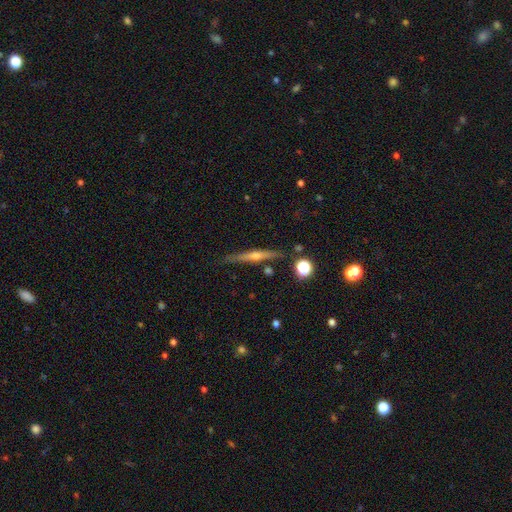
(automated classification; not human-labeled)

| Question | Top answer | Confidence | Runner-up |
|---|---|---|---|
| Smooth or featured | featured or disk | 69% | smooth (23%) |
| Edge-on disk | yes | 97% | no (3%) |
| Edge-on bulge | rounded | 82% | none (13%) |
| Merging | none | 84% | minor disturbance (10%) |